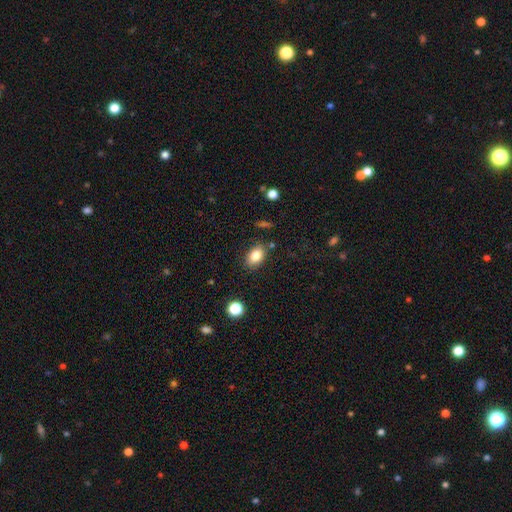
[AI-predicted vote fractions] Smooth or featured? Predicted: smooth (p=0.83). How rounded? Predicted: in between (p=0.85). Merging? Predicted: none (p=0.83).